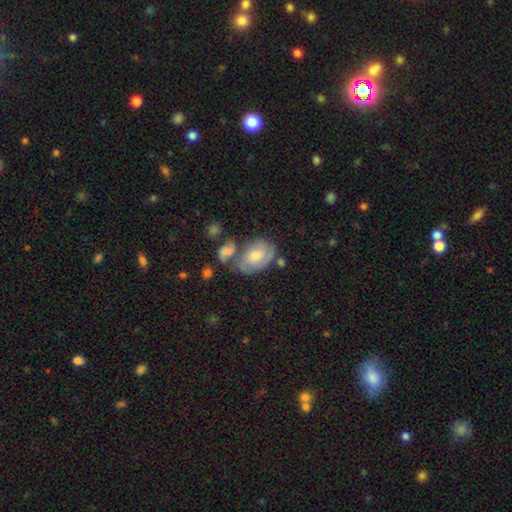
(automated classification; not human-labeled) featured or disk 48%, smooth 44%, star or artifact 8%. Down the decision tree: merging — none (46%).